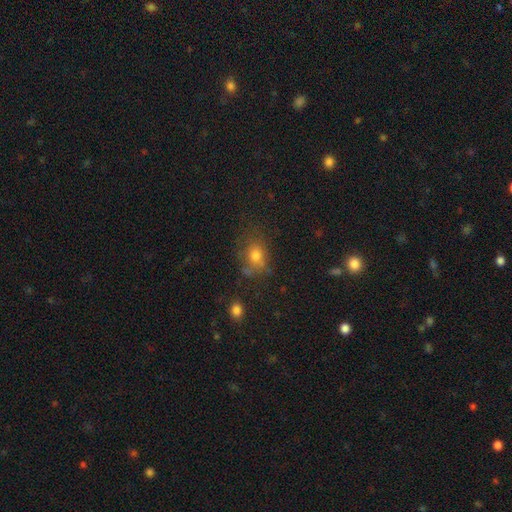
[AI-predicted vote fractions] smooth-or-featured: smooth: 72% | star or artifact: 15% | featured or disk: 13%
  how-rounded: in between: 49% (tied) | round: 49% (tied) | cigar-shaped: 1%
  merging: none: 60% | minor disturbance: 22% | major disturbance: 12% | merger: 6%